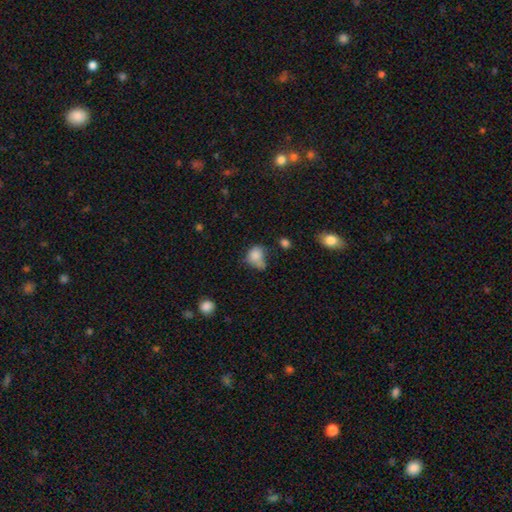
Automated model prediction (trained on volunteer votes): Smooth or featured? Predicted: smooth (p=0.78). How rounded? Predicted: in between (p=0.55). Merging? Predicted: none (p=0.34).